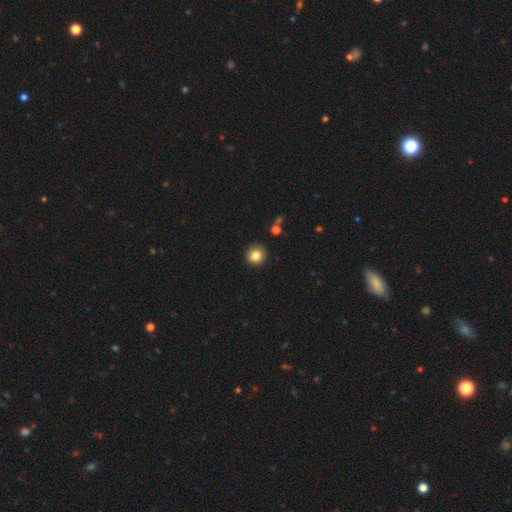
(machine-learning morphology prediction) This is clearly a smooth galaxy (84%). How rounded: clearly round (93%). Merging: clearly none (91%).